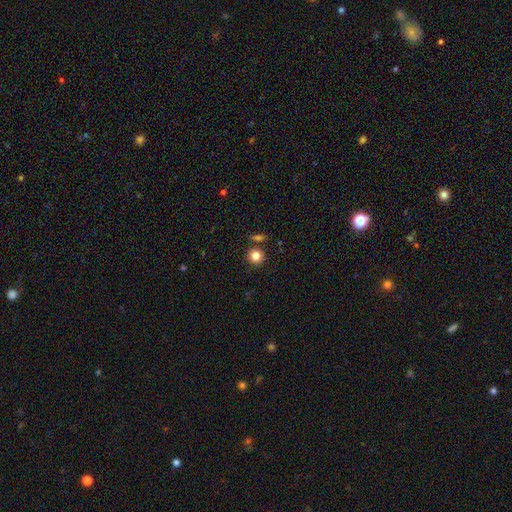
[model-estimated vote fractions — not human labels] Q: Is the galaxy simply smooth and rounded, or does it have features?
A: smooth — 82%.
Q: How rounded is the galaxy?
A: round — 89%.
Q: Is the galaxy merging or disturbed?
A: none — 81%.